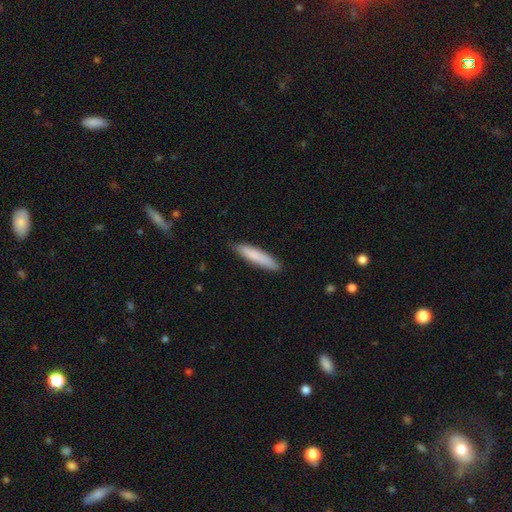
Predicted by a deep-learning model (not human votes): The model was most divided on "smooth or featured": smooth: 83%, featured or disk: 12%, star or artifact: 6%. More confident: merging — none (87%); how rounded — cigar-shaped (86%).